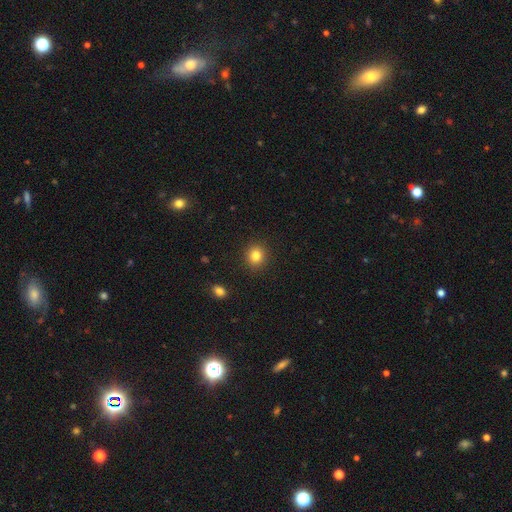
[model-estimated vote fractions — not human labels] Smooth or featured? smooth (82%)
How rounded? round (86%)
Merging? none (91%)